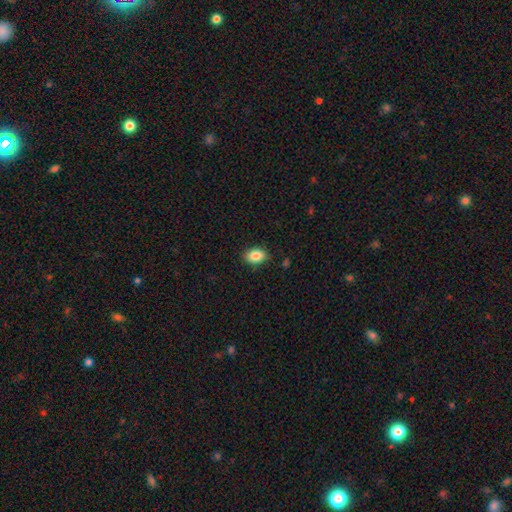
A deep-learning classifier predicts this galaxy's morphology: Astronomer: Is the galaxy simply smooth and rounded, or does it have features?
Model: smooth — 86%.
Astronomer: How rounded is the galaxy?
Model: in between — 85%.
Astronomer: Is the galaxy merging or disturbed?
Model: none — 86%.